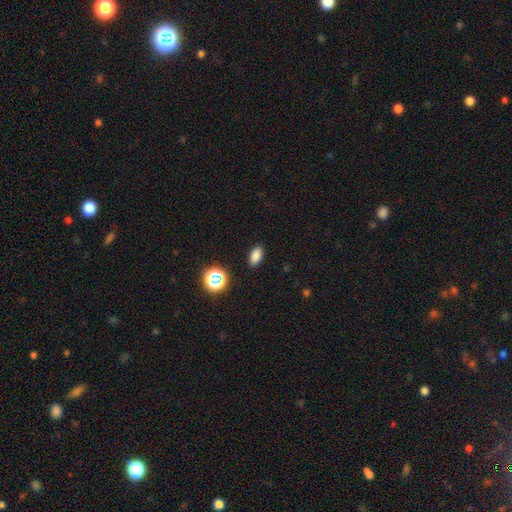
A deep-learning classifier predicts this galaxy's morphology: A smooth galaxy with no disk features (80%) that is in between round and cigar-shaped (87%).

Vote fractions:
- Smooth or featured? smooth: 80% / star or artifact: 14% / featured or disk: 6%
- How rounded? in between: 87% / round: 7% / cigar-shaped: 7%
- Merging? none: 89% / minor disturbance: 8% / major disturbance: 2% / merger: 1%